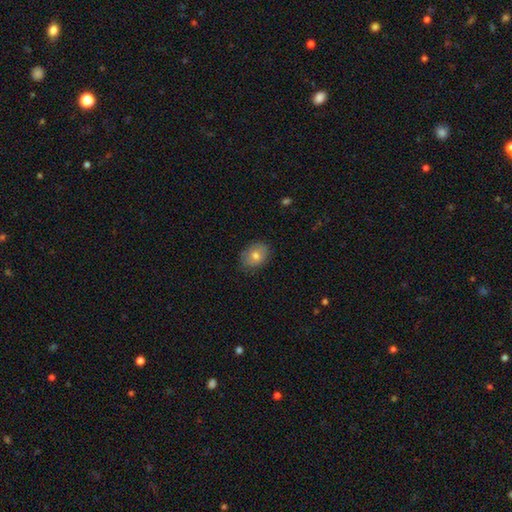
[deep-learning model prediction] Smooth or featured? Predicted: smooth (p=0.76). How rounded? Predicted: in between (p=0.62). Merging? Predicted: none (p=0.83).